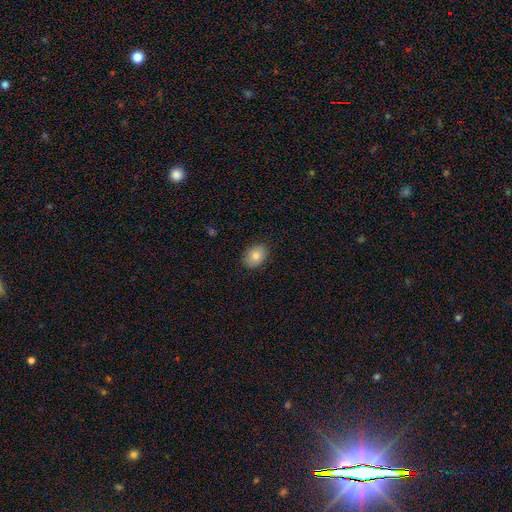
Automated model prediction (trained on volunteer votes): The model was most divided on "how rounded": in between: 69%, round: 30%, cigar-shaped: 1%. More confident: merging — none (87%); smooth or featured — smooth (81%).